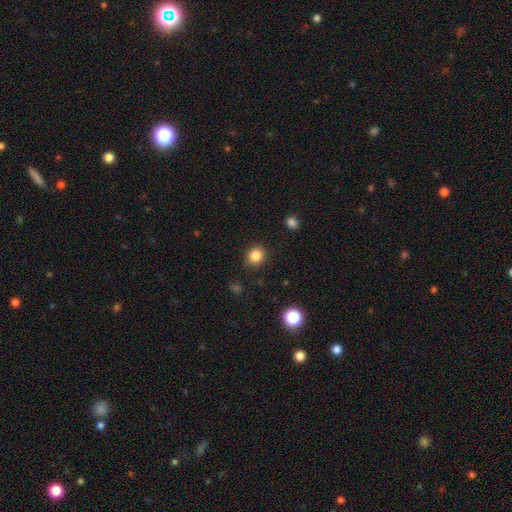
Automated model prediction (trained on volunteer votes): A smooth galaxy with no disk features (85%) that is round (85%). Merging: none (87%).